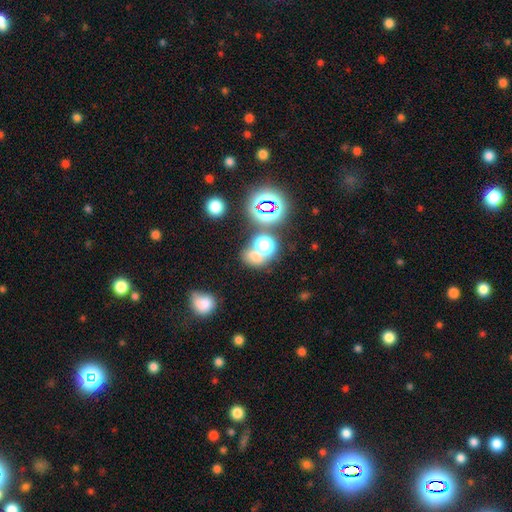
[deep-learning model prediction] The model was most divided on "merging": none: 47%, merger: 36%, minor disturbance: 11%, major disturbance: 7%. More confident: how rounded — round (60%); smooth or featured — smooth (57%).